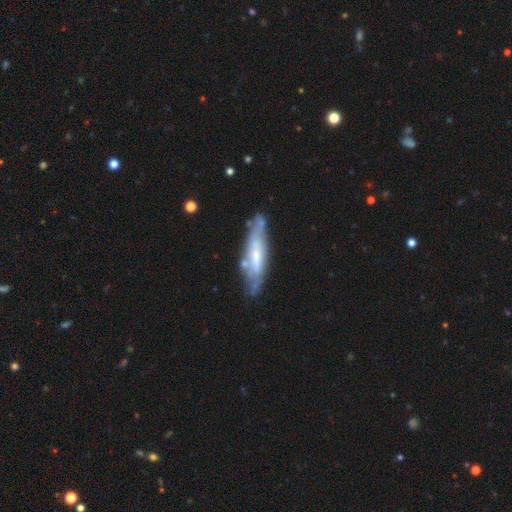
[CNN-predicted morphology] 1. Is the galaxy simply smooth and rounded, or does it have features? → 62% featured or disk, 32% smooth, 6% star or artifact.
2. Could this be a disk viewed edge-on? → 53% no, 47% yes.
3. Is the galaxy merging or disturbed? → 64% none, 22% minor disturbance, 7% major disturbance, 6% merger.